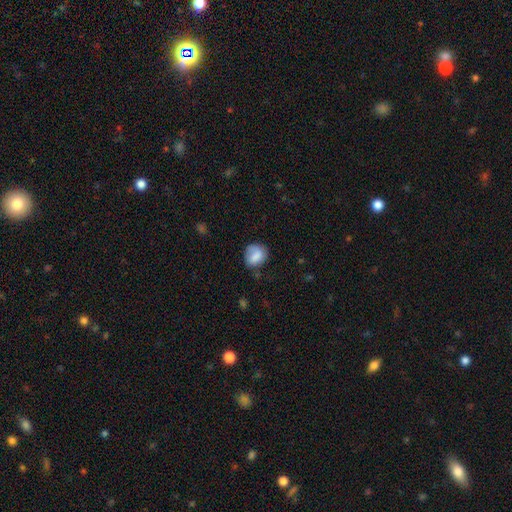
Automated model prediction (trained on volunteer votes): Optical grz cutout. It shows a smooth galaxy with no disk features (79%) that is round (64%). Merging: none (61%).